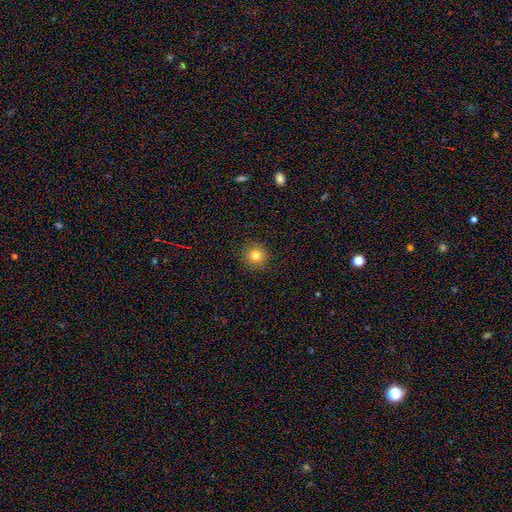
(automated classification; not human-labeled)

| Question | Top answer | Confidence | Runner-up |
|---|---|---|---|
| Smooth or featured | smooth | 80% | star or artifact (13%) |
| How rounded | round | 94% | in between (5%) |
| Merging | none | 92% | minor disturbance (5%) |